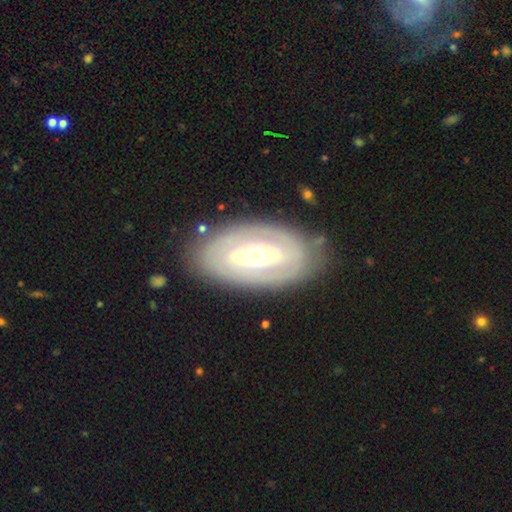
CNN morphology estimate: Smooth or featured?
  - featured or disk: 76% *
  - smooth: 19%
  - star or artifact: 5%
Edge-on disk?
  - no: 93% *
  - yes: 7%
Bar?
  - no: 55% *
  - weak: 27%
  - strong: 18%
Spiral arms?
  - yes: 62% *
  - no: 38%
Bulge size?
  - moderate: 53% *
  - small: 41%
  - large: 4%
  - dominant: 1%
  - none: 1%
Merging?
  - none: 81% *
  - minor disturbance: 13%
  - major disturbance: 5%
  - merger: 1%